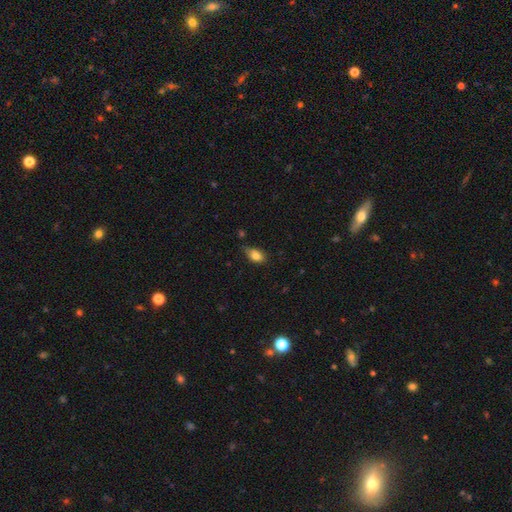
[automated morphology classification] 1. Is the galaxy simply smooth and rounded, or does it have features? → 82% smooth, 9% featured or disk, 9% star or artifact.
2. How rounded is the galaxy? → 85% in between, 11% round, 4% cigar-shaped.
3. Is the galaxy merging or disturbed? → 55% none, 35% minor disturbance, 7% major disturbance, 3% merger.